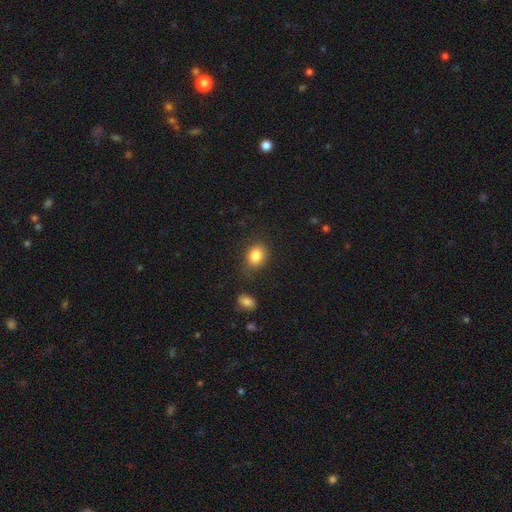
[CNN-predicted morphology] Smooth or featured? Predicted: smooth (p=0.84). How rounded? Predicted: in between (p=0.58). Merging? Predicted: none (p=0.73).